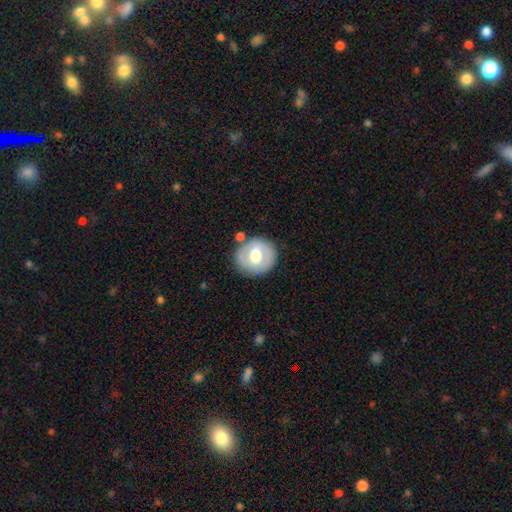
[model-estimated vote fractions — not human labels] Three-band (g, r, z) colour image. It shows a smooth galaxy with no disk features (48%). Merging: none (80%).